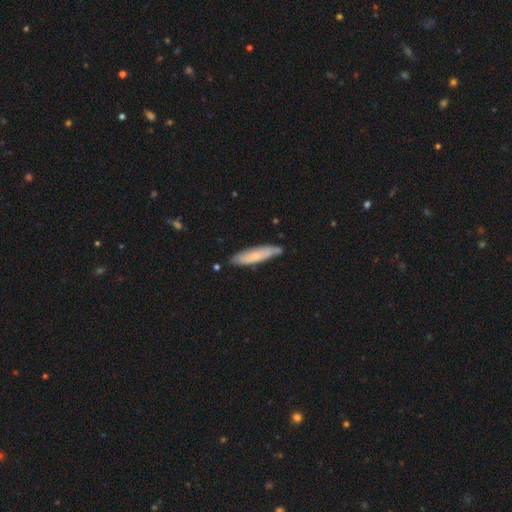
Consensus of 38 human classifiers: smooth 66%, featured or disk 32%, star or artifact 3%. Down the decision tree: how rounded — cigar-shaped (72%); merging — none (76%).